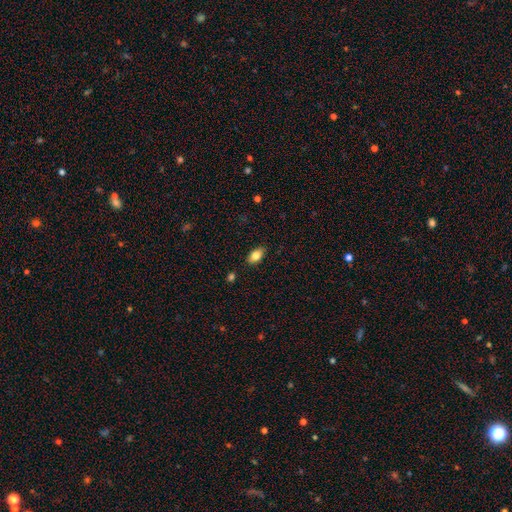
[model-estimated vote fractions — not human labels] smooth-or-featured: smooth: 81% | featured or disk: 12% | star or artifact: 8%
  how-rounded: in between: 90% | round: 6% | cigar-shaped: 4%
  merging: none: 87% | minor disturbance: 10% | major disturbance: 2% | merger: 1%